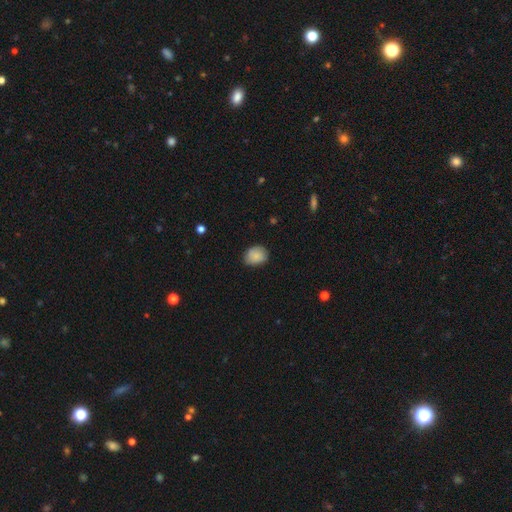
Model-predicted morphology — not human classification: Smooth or featured? Predicted: smooth (p=0.87). How rounded? Predicted: in between (p=0.52). Merging? Predicted: none (p=0.77).